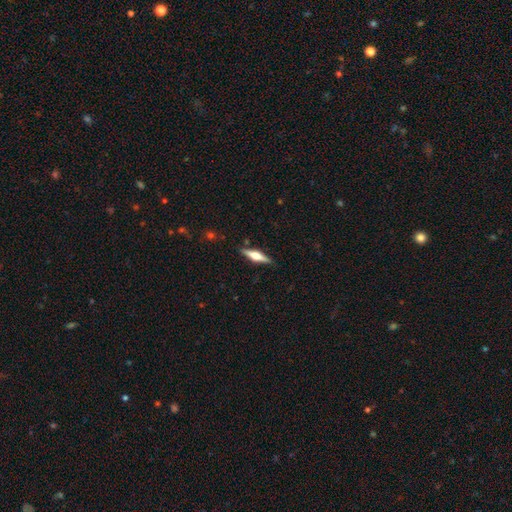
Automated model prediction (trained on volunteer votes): Q: Smooth or featured?
A: featured or disk (66%); runner-up: smooth (29%)
Q: Edge-on disk?
A: yes (97%); runner-up: no (3%)
Q: Edge-on bulge?
A: rounded (93%); runner-up: boxy (6%)
Q: Merging?
A: none (89%); runner-up: minor disturbance (8%)